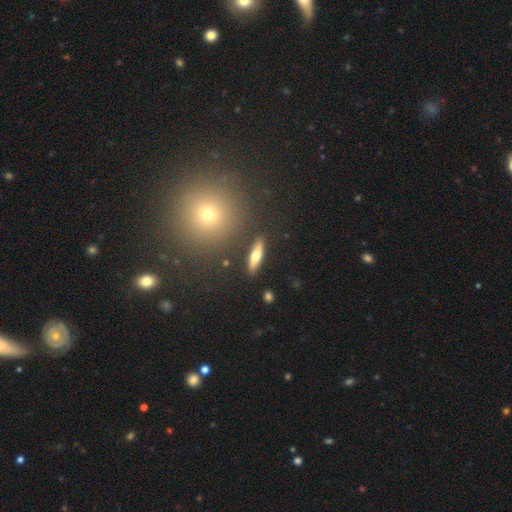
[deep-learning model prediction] Smooth or featured? Predicted: smooth (p=0.57). How rounded? Predicted: cigar-shaped (p=0.62). Merging? Predicted: none (p=0.88).